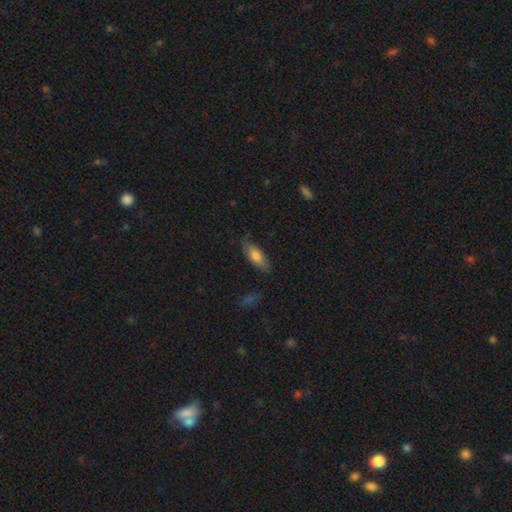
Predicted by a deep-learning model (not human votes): smooth 74%, featured or disk 19%, star or artifact 6%. Down the decision tree: how rounded — in between (74%); merging — none (75%).